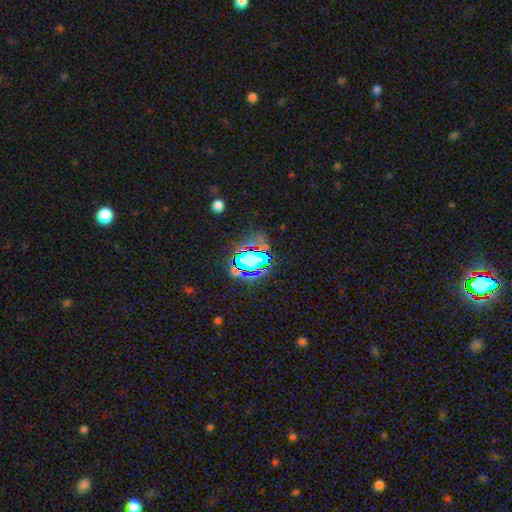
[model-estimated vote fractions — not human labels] Overall: star or artifact (72%).